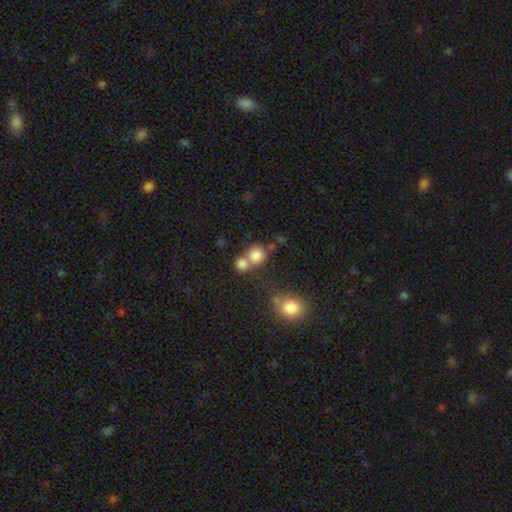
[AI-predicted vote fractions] smooth 80%, star or artifact 11%, featured or disk 8%. Down the decision tree: how rounded — round (84%); merging — none (45%).